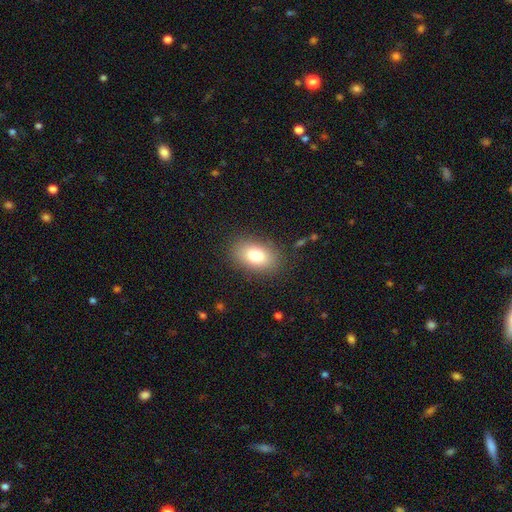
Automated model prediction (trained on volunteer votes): Smooth or featured? Predicted: smooth (p=0.79). How rounded? Predicted: in between (p=0.86). Merging? Predicted: none (p=0.85).